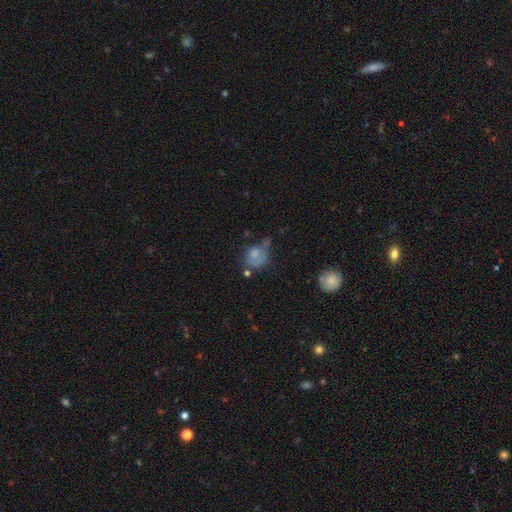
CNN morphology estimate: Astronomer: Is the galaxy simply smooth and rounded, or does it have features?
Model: smooth — 58%.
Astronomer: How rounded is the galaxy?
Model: round — 52% (runner-up: in between, 46%).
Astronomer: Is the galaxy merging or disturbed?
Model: major disturbance — 29% (runner-up: none, 28%).